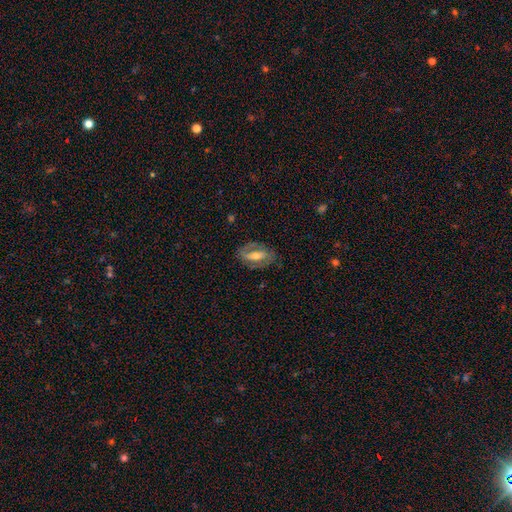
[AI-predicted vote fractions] Overall: featured or disk (65%; smooth 28%). Edge-on disk: no (89%). Bar: strong (45%; weak 32%). Spiral arms: yes (62%; no 38%). Bulge size: moderate (63%; small 27%). Merging: none (77%).